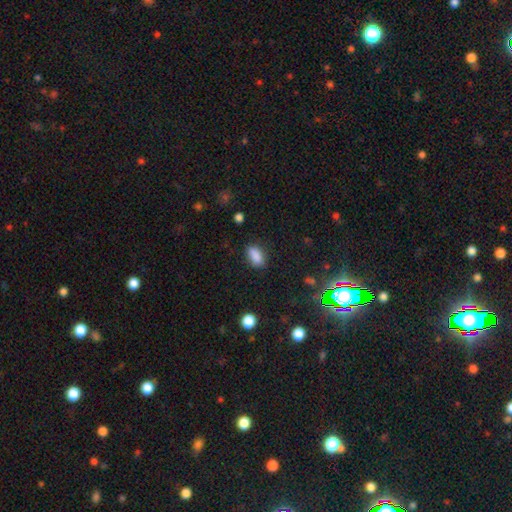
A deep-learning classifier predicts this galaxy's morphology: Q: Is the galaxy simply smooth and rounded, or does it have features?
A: smooth — 85%.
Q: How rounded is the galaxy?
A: in between — 87%.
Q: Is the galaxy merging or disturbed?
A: none — 77%.